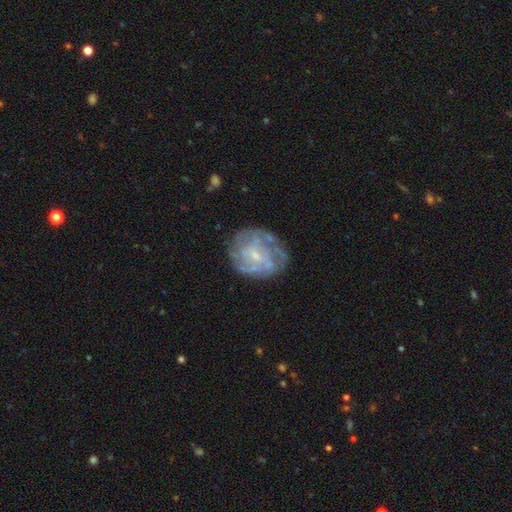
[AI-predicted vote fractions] Overall: featured or disk (72%). Edge-on disk: no (97%). Bar: no (56%; weak 37%). Spiral arms: yes (62%; no 38%). Bulge size: small (69%). Merging: none (67%).